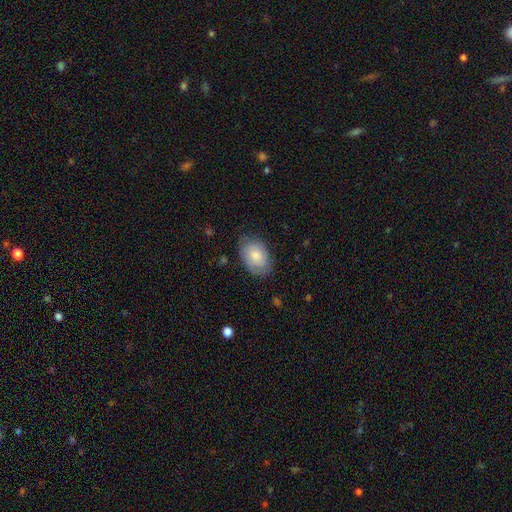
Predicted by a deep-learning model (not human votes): Overall: smooth (78%). How rounded: in between (85%). Merging: none (75%).